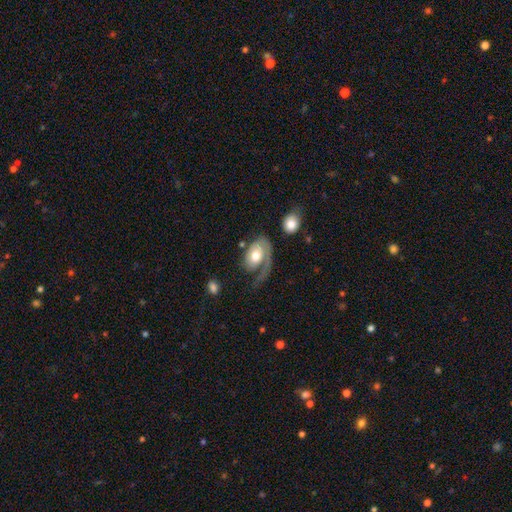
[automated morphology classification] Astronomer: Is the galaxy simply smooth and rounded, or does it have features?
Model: featured or disk — 58% (runner-up: smooth, 36%).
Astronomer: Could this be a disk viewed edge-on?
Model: no — 95%.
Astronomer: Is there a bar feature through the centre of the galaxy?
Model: no — 79%.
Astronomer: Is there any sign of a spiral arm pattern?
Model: yes — 77%.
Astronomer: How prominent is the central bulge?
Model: moderate — 66%.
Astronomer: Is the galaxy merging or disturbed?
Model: major disturbance — 44% (runner-up: none, 33%).